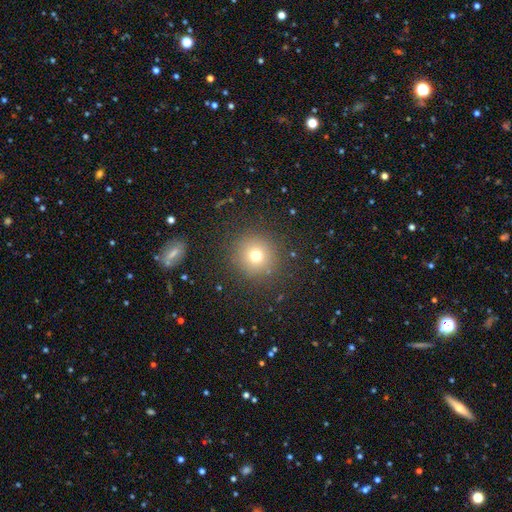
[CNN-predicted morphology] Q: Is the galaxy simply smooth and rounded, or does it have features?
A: smooth — 72%.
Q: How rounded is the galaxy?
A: round — 94%.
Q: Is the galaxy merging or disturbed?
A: none — 88%.